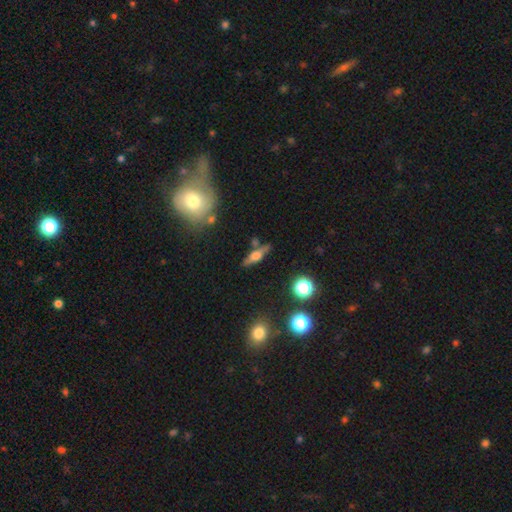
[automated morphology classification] A featured or disk galaxy (51%) viewed edge-on (88%). Merging: none (75%).